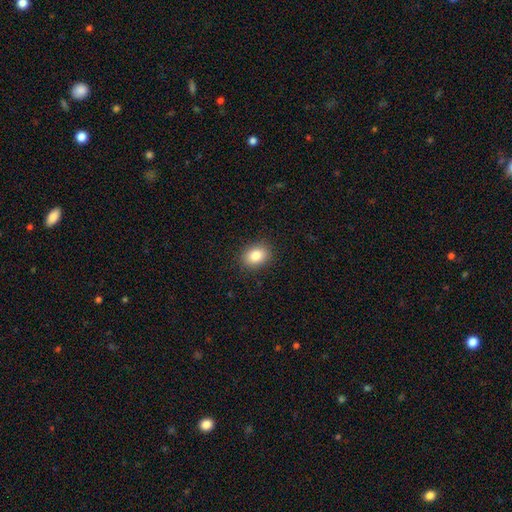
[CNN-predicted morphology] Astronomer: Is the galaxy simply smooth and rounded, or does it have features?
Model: smooth — 84%.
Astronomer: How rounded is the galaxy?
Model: in between — 61% (runner-up: round, 38%).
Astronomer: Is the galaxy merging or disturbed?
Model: none — 89%.